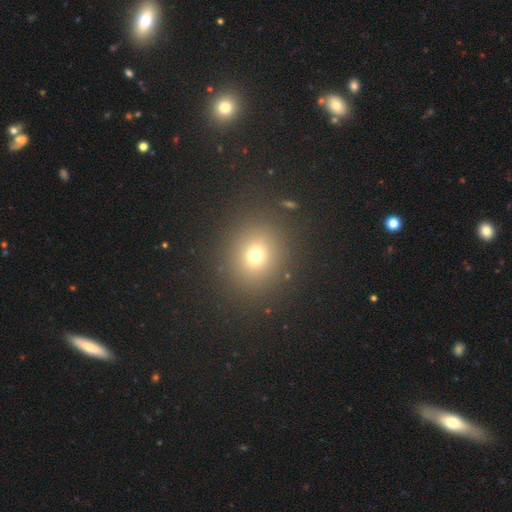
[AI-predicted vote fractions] A smooth galaxy with no disk features (71%) that is round (80%). Merging: none (88%).